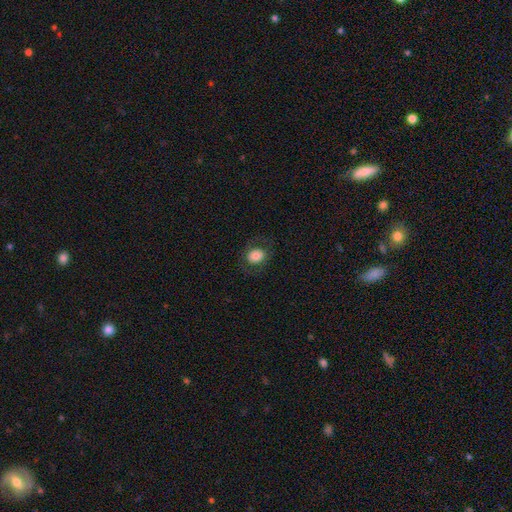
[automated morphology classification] Overall: smooth (76%). How rounded: round (60%; in between 39%). Merging: none (81%).